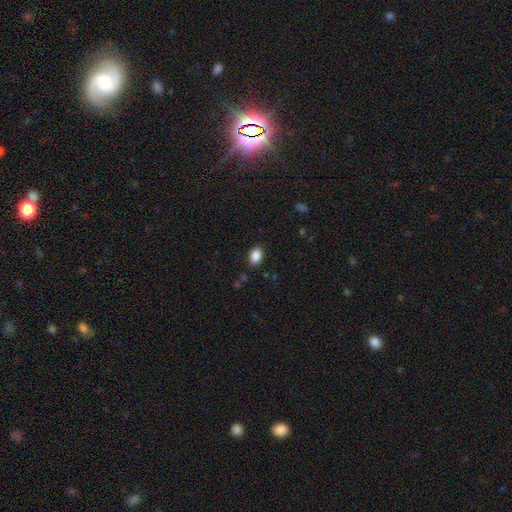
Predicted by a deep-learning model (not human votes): A smooth galaxy with no disk features (88%) that is in between round and cigar-shaped (81%). Merging: none (86%).